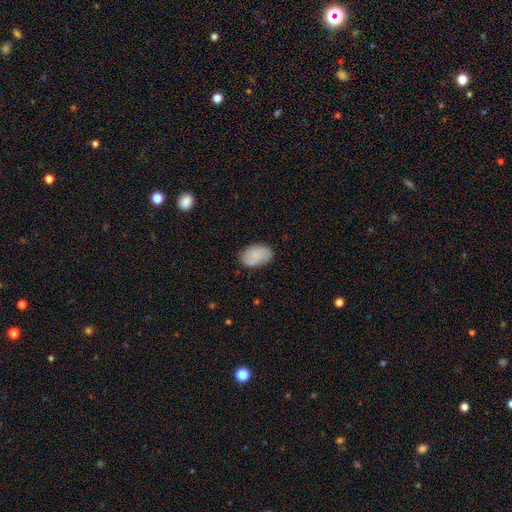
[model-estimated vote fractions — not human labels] Morphology: type=smooth (73%); roundness=in between (91%); merging=none (77%).